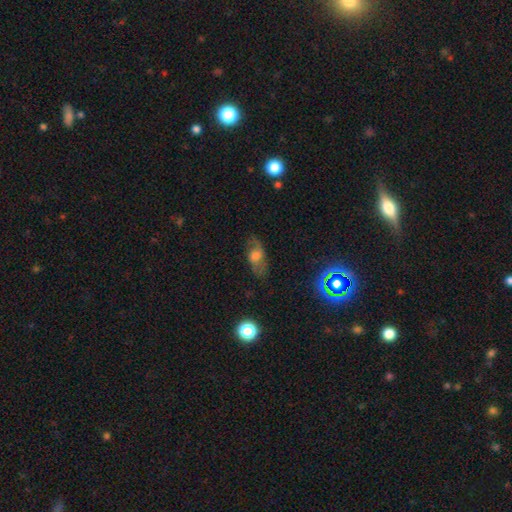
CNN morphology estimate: This appears to be a smooth galaxy with no disk features (44%). Merging: none (66%).